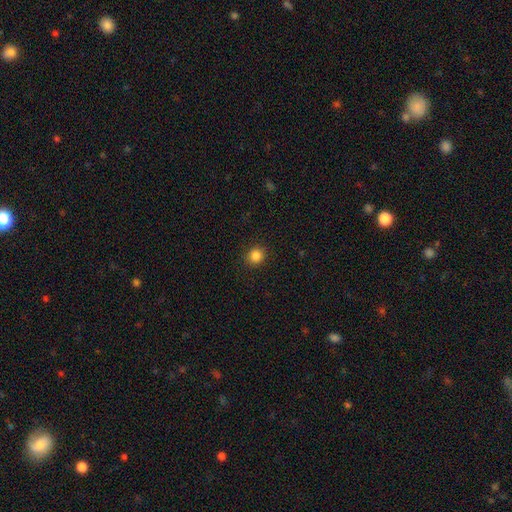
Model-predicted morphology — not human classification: Smooth or featured?
  - smooth: 85% *
  - star or artifact: 11%
  - featured or disk: 4%
How rounded?
  - round: 88% *
  - in between: 12%
  - cigar-shaped: 1%
Merging?
  - none: 91% *
  - minor disturbance: 6%
  - major disturbance: 2%
  - merger: 1%